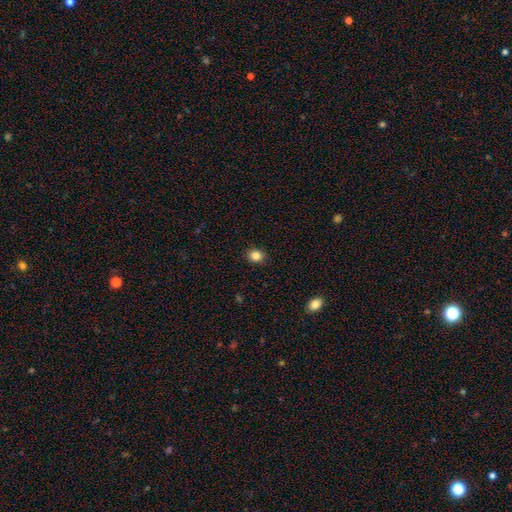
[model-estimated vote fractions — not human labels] Q: Smooth or featured?
A: smooth (84%); runner-up: star or artifact (11%)
Q: How rounded?
A: round (70%); runner-up: in between (29%)
Q: Merging?
A: none (91%); runner-up: minor disturbance (7%)